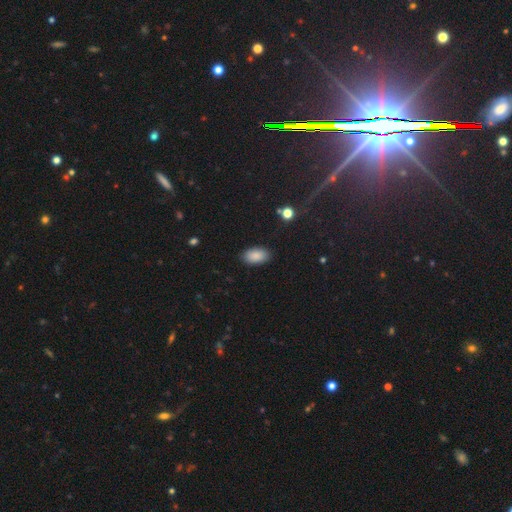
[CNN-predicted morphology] The model was most divided on "merging": none: 88%, minor disturbance: 9%, major disturbance: 2%, merger: 1%. More confident: how rounded — in between (94%); smooth or featured — smooth (89%).